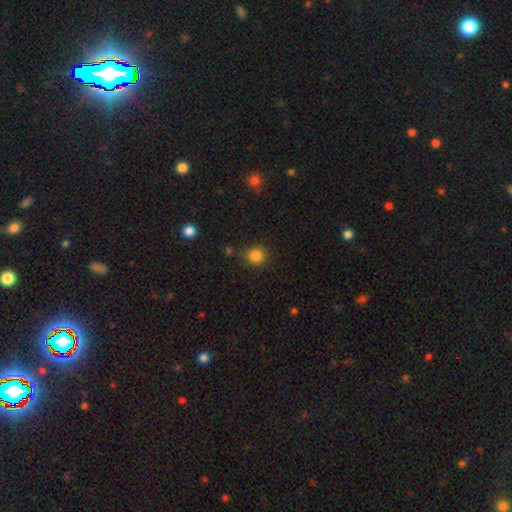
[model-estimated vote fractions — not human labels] This appears to be a smooth galaxy with no disk features (84%) that is round (89%). Merging: none (80%).